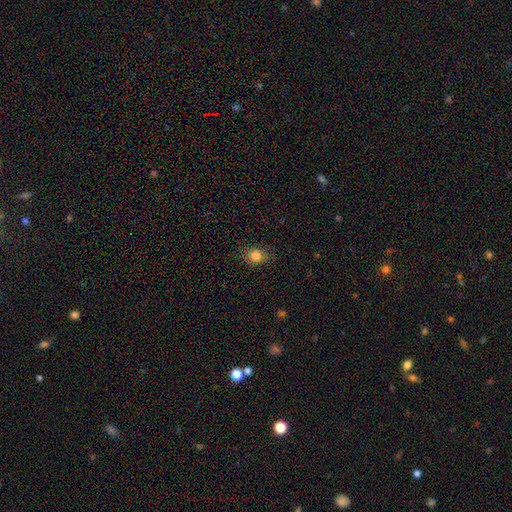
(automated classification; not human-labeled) Smooth or featured: smooth — 83% (star or artifact — 11%)
How rounded: round — 54% (in between — 45%)
Merging: none — 82% (minor disturbance — 14%)